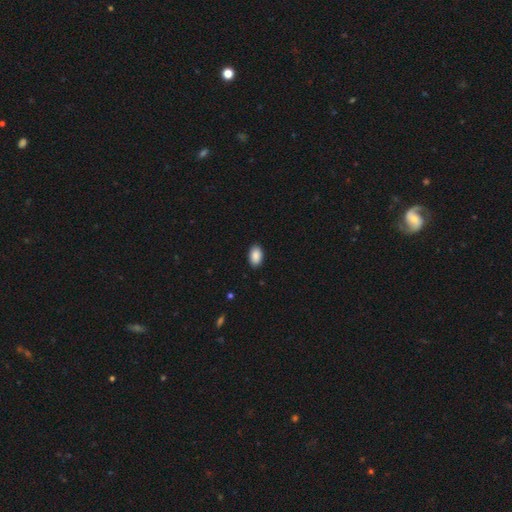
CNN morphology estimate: smooth 90%, star or artifact 7%, featured or disk 3%. Down the decision tree: how rounded — in between (92%); merging — none (89%).